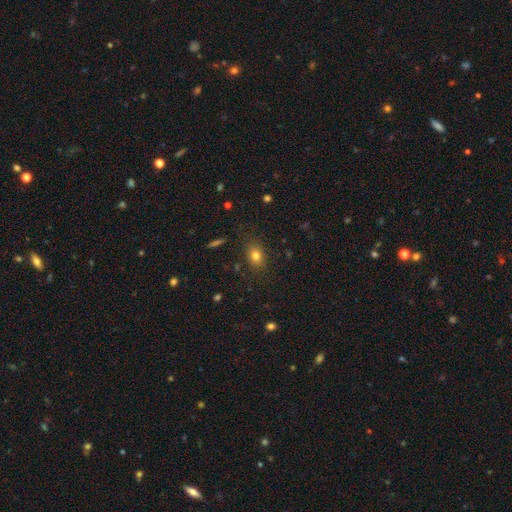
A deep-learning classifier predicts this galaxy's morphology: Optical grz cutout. It shows a smooth galaxy with no disk features (78%) that is in between round and cigar-shaped (64%). Merging: none (83%).